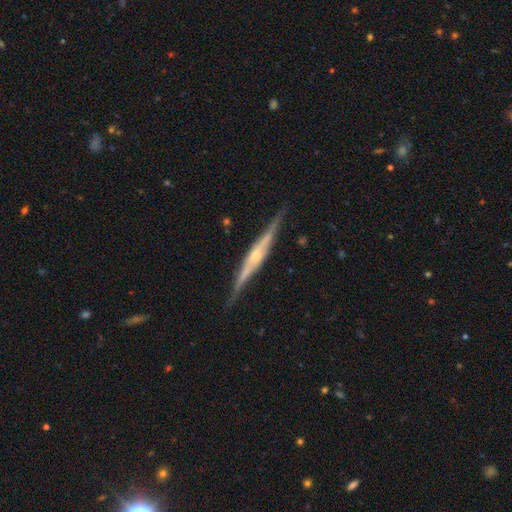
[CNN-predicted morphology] Overall: featured or disk (83%). Edge-on disk: yes (97%). Edge-on bulge: rounded (70%). Merging: none (86%).